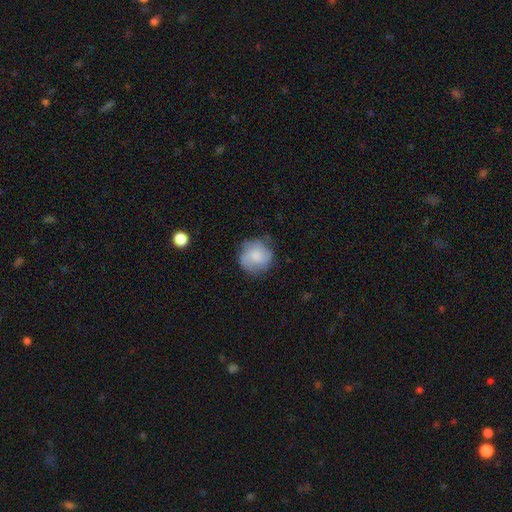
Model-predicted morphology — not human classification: Q: Smooth or featured?
A: smooth (65%); runner-up: featured or disk (27%)
Q: How rounded?
A: round (88%); runner-up: in between (11%)
Q: Merging?
A: none (69%); runner-up: minor disturbance (22%)